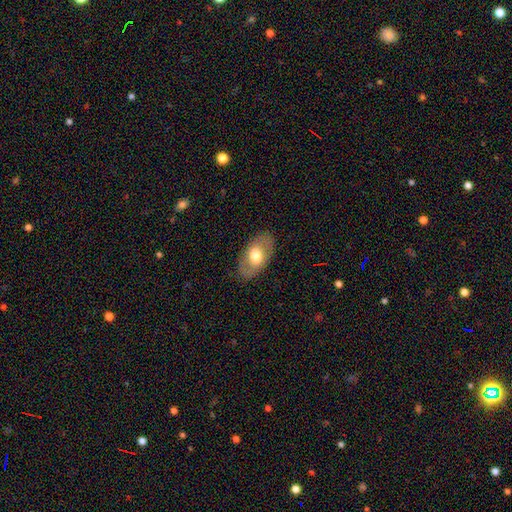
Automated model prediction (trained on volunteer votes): Overall: smooth (57%; featured or disk 37%). How rounded: in between (92%). Merging: none (83%).